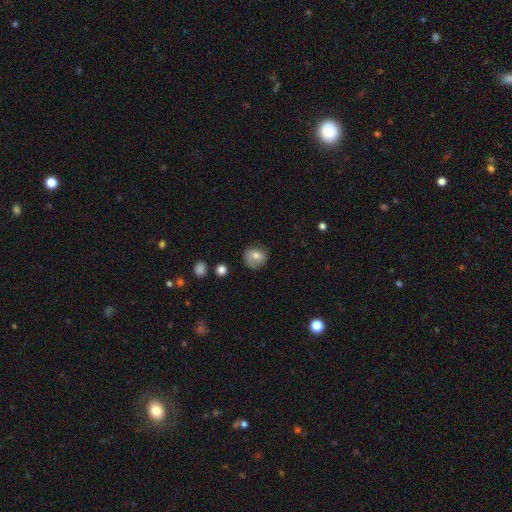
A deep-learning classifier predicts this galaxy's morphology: Overall: smooth (64%; featured or disk 26%). How rounded: round (72%). Merging: none (67%).